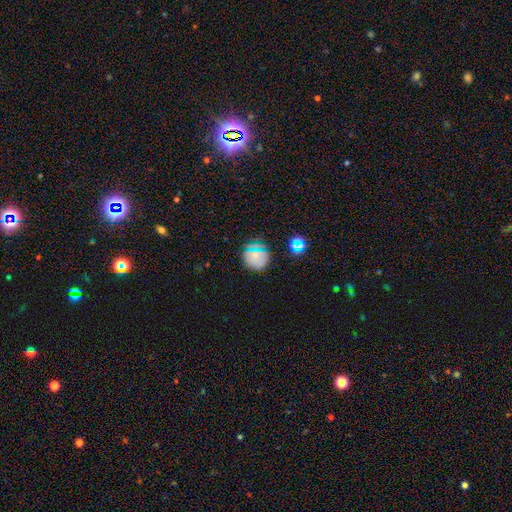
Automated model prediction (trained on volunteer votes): Morphology: type=smooth (61%); roundness=round (86%); merging=none (79%).